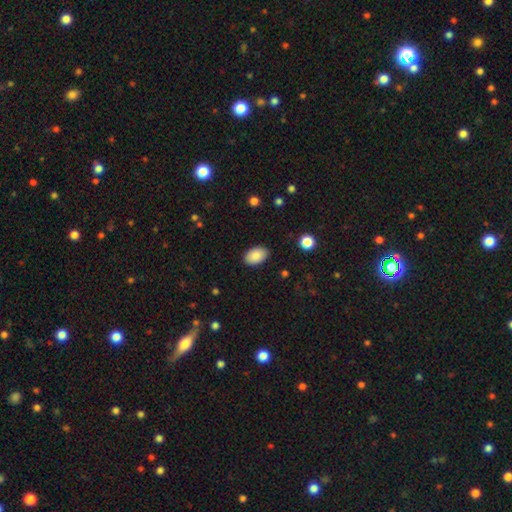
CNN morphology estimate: A smooth galaxy with no disk features (88%) that is in between round and cigar-shaped (91%).

Vote fractions:
- Smooth or featured? smooth: 88% / star or artifact: 7% / featured or disk: 5%
- How rounded? in between: 91% / round: 8% / cigar-shaped: 1%
- Merging? none: 88% / minor disturbance: 8% / major disturbance: 2% / merger: 1%